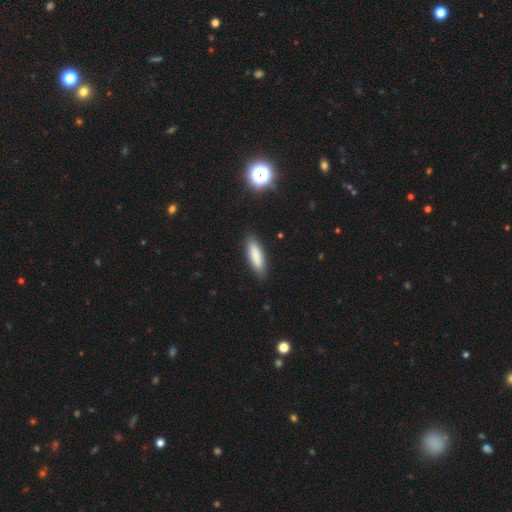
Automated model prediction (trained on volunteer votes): smooth-or-featured: smooth: 84% | featured or disk: 9% | star or artifact: 7%
  how-rounded: cigar-shaped: 59% | in between: 40% | round: 1%
  merging: none: 87% | minor disturbance: 10% | major disturbance: 2% | merger: 1%